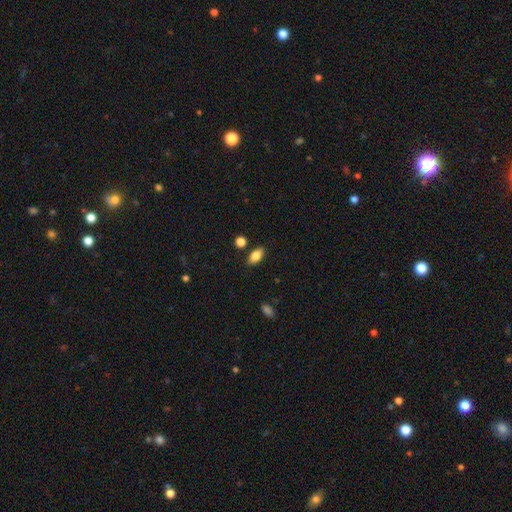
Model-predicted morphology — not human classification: Q: Smooth or featured?
A: smooth (80%); runner-up: featured or disk (12%)
Q: How rounded?
A: in between (87%); runner-up: cigar-shaped (9%)
Q: Merging?
A: none (85%); runner-up: minor disturbance (10%)